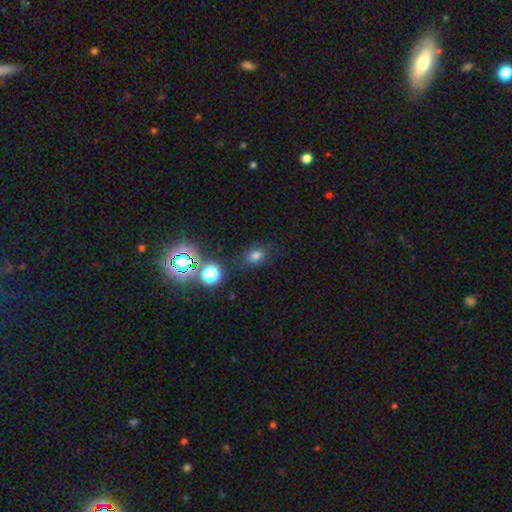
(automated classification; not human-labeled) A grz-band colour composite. It shows a smooth galaxy with no disk features (69%) that is in between round and cigar-shaped (66%). Merging: none (73%).